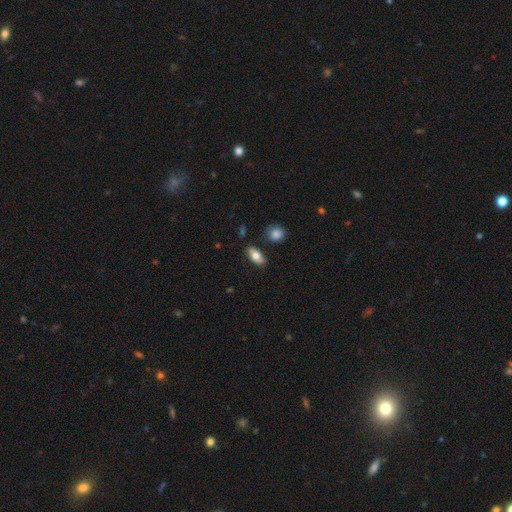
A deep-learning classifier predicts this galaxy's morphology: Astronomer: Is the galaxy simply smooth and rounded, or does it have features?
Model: smooth — 75%.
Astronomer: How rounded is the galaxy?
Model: in between — 88%.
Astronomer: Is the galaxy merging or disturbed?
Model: none — 82%.